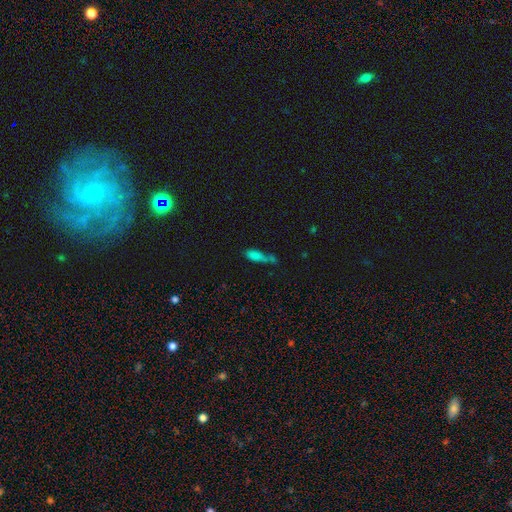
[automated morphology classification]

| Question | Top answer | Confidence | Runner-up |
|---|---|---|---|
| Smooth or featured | smooth | 75% | star or artifact (14%) |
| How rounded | in between | 60% | cigar-shaped (36%) |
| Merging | merger | 40% | none (28%) |